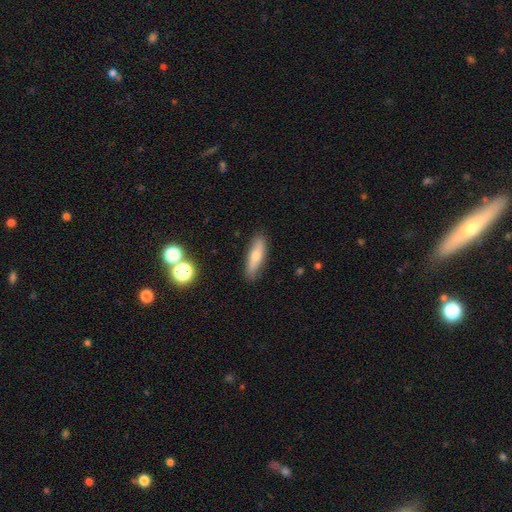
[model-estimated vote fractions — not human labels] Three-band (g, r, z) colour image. It shows a smooth galaxy with no disk features (66%) that is cigar-shaped (62%). Merging: none (86%).